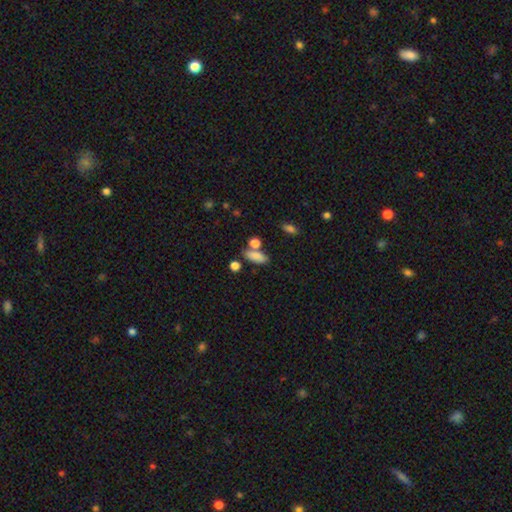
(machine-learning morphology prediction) This appears to be a smooth galaxy with no disk features (82%) that is in between round and cigar-shaped (79%). Merging: none (59%).